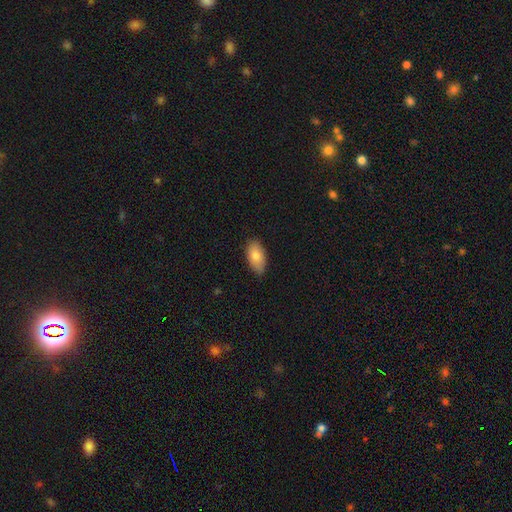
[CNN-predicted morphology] Q: Smooth or featured?
A: smooth (82%); runner-up: featured or disk (11%)
Q: How rounded?
A: in between (93%); runner-up: round (3%)
Q: Merging?
A: none (80%); runner-up: minor disturbance (17%)